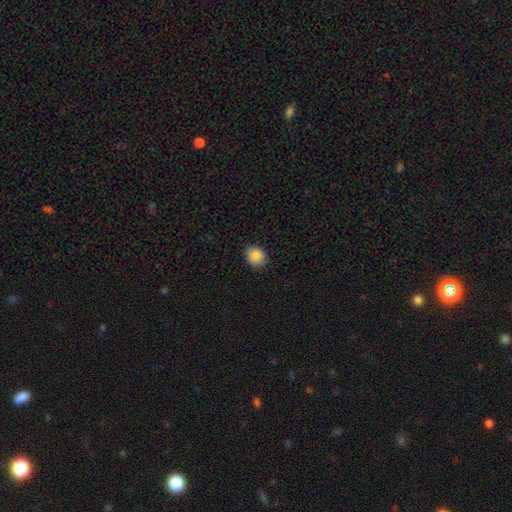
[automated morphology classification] This is clearly a smooth galaxy (88%). How rounded: likely round (68%). Merging: clearly none (87%).